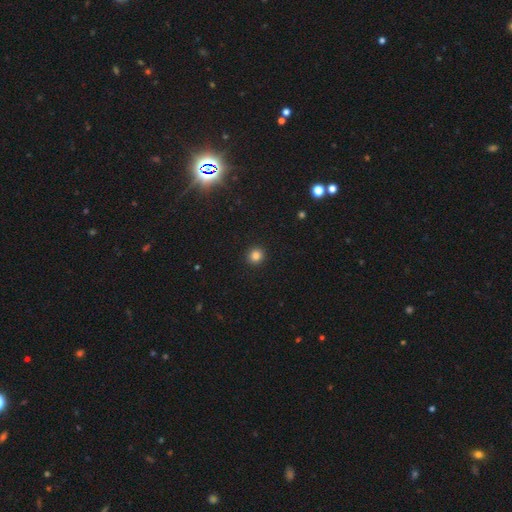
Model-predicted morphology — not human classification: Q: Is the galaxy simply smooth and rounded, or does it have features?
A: smooth — 83%.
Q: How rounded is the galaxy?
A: round — 90%.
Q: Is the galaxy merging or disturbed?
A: none — 93%.